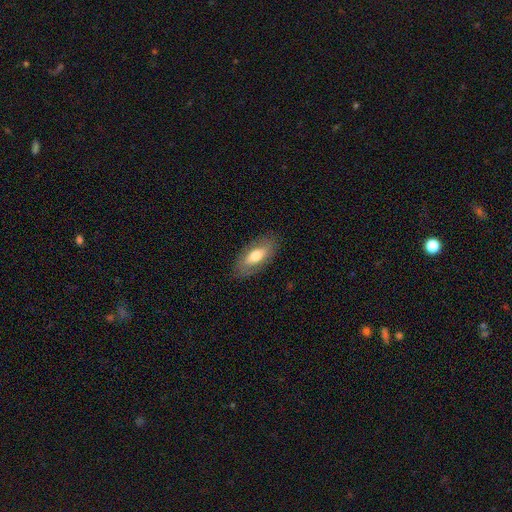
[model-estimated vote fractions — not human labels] Morphology: type=smooth (60%); roundness=in between (86%); merging=none (83%).